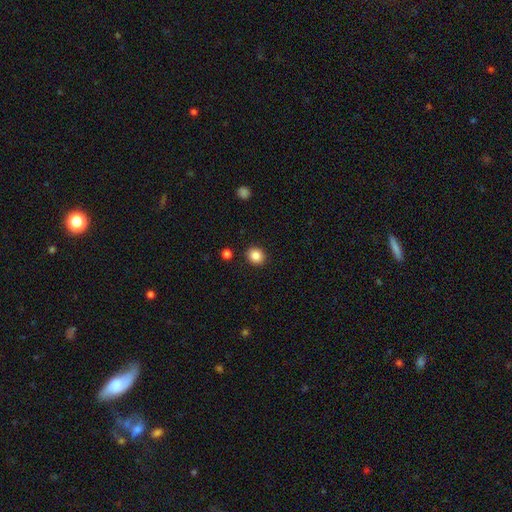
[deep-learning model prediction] Smooth or featured? smooth (86%)
How rounded? round (78%)
Merging? none (91%)